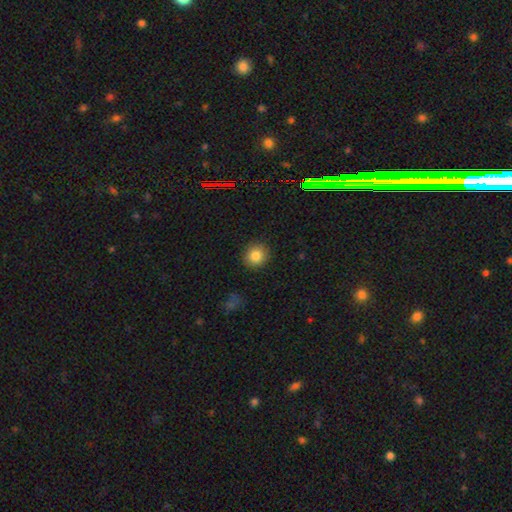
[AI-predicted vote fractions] Smooth or featured? Predicted: smooth (p=0.83). How rounded? Predicted: round (p=0.87). Merging? Predicted: none (p=0.90).